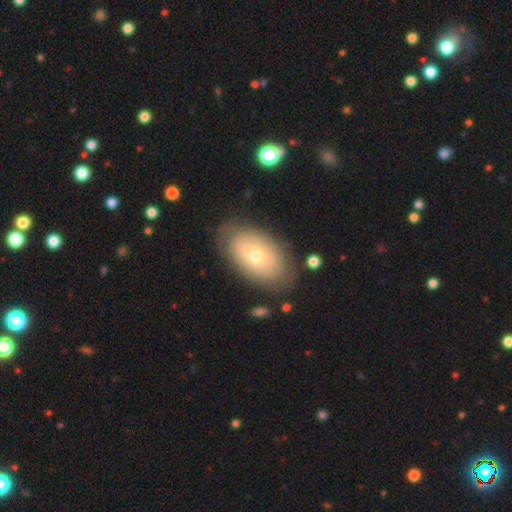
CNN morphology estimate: A smooth galaxy with no disk features (53%) that is in between round and cigar-shaped (91%). Merging: none (79%).